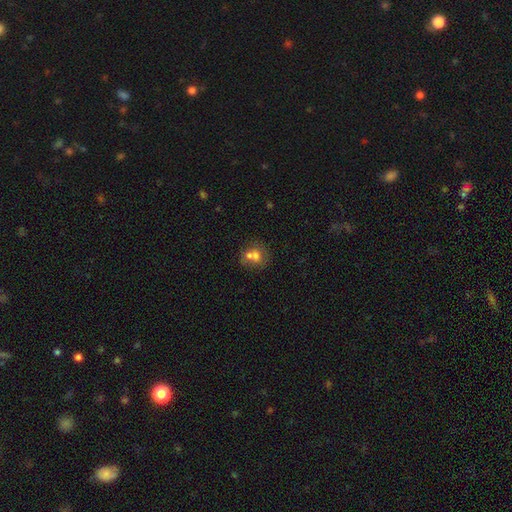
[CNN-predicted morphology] type=smooth (65%); roundness=round (66%); merging=merger (55%).